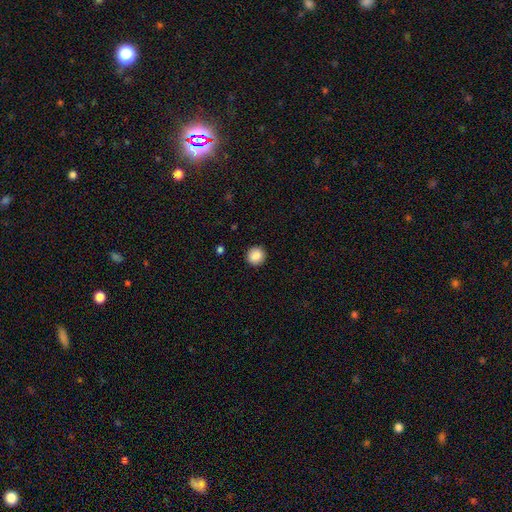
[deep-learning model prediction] The model was most divided on "smooth or featured": smooth: 88%, star or artifact: 9%, featured or disk: 4%. More confident: how rounded — round (91%); merging — none (91%).